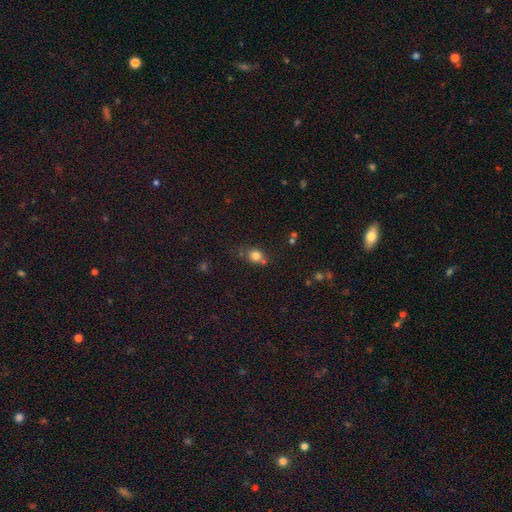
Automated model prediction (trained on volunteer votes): This is likely a smooth galaxy (79%). How rounded: likely round (69%). Merging: possibly none (58%).